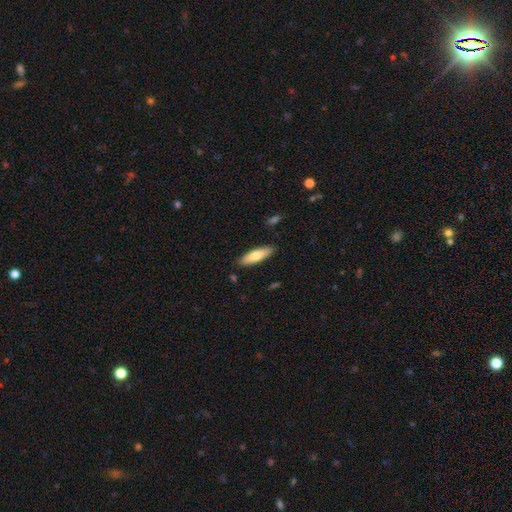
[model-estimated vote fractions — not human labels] smooth-or-featured: smooth: 72% | featured or disk: 23% | star or artifact: 5%
  how-rounded: cigar-shaped: 61% | in between: 38% | round: 2%
  merging: none: 88% | minor disturbance: 9% | major disturbance: 2% | merger: 2%